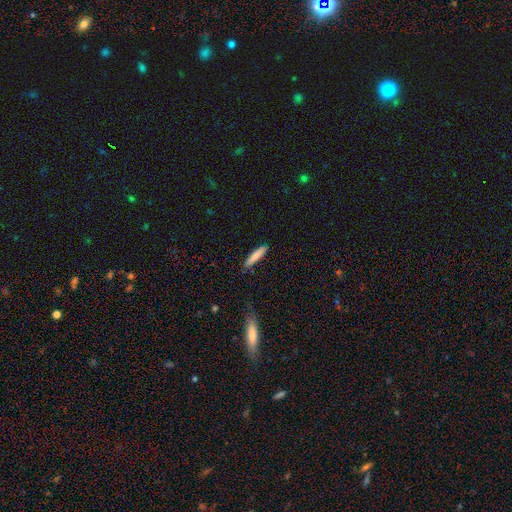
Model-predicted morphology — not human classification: Smooth or featured: smooth — 80% (featured or disk — 14%)
How rounded: cigar-shaped — 87% (in between — 12%)
Merging: none — 83% (minor disturbance — 13%)